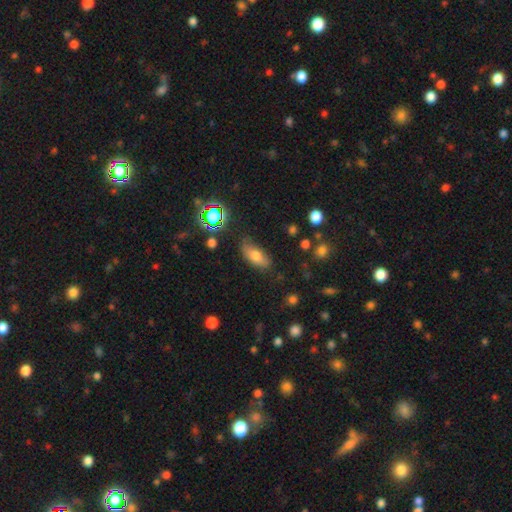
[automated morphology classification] A smooth galaxy with no disk features (71%) that is in between round and cigar-shaped (84%).

Vote fractions:
- Smooth or featured? smooth: 71% / featured or disk: 17% / star or artifact: 12%
- How rounded? in between: 84% / cigar-shaped: 11% / round: 5%
- Merging? none: 71% / minor disturbance: 20% / major disturbance: 6% / merger: 3%